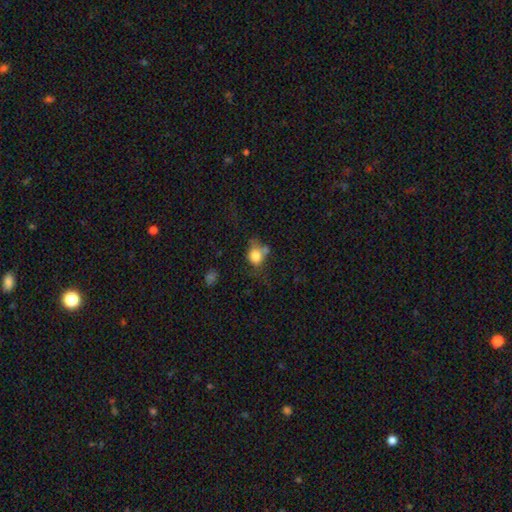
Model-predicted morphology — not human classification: This is likely a smooth galaxy (78%). How rounded: likely round (63%). Merging: marginally none (42%).